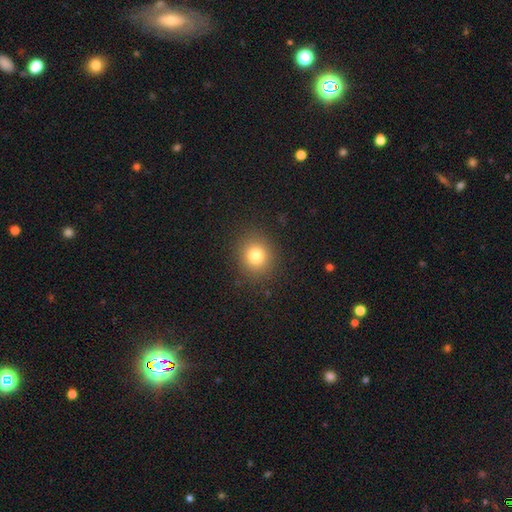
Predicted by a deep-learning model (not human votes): This is likely a smooth galaxy (80%). How rounded: clearly round (84%). Merging: clearly none (89%).